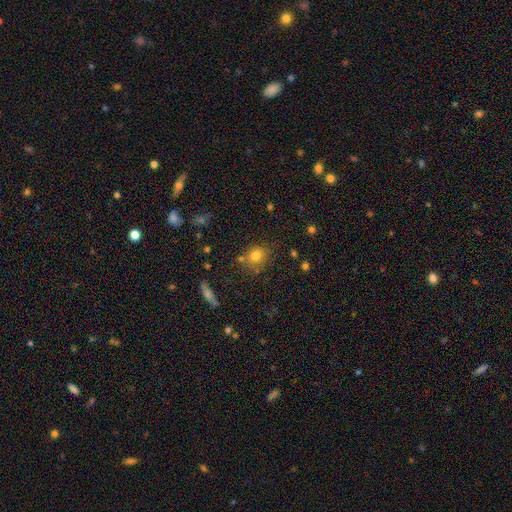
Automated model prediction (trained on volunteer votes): This appears to be a smooth galaxy with no disk features (79%) that is round (73%). Merging: none (71%).